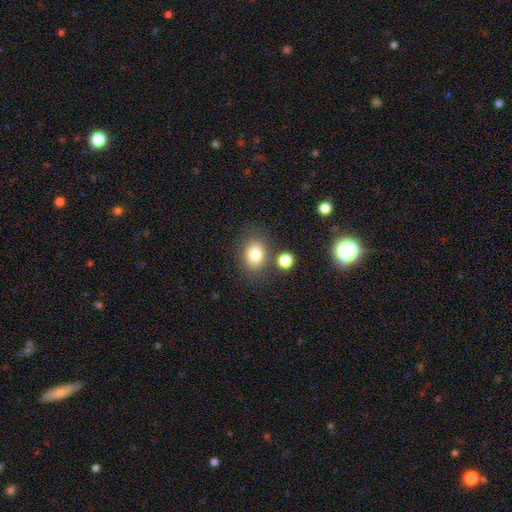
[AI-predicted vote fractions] This is likely a smooth galaxy (69%). How rounded: possibly round (51%). Merging: clearly none (81%).